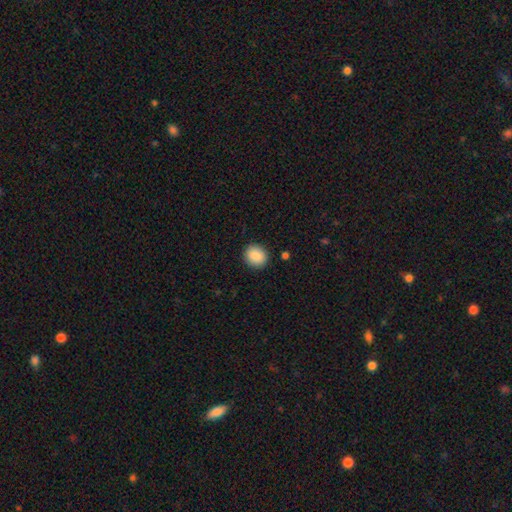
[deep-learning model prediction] smooth-or-featured: smooth: 89% | star or artifact: 8% | featured or disk: 4%
  how-rounded: round: 80% | in between: 19% | cigar-shaped: 1%
  merging: none: 90% | minor disturbance: 7% | major disturbance: 2% | merger: 1%